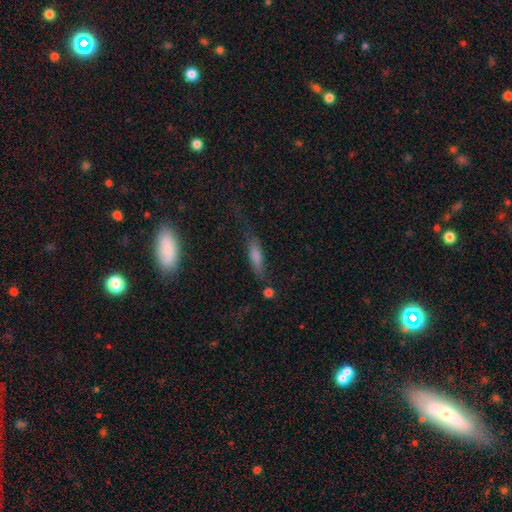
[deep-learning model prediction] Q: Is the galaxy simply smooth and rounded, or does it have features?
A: smooth — 58%.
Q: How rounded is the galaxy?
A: cigar-shaped — 66%.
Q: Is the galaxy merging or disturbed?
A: none — 57%.